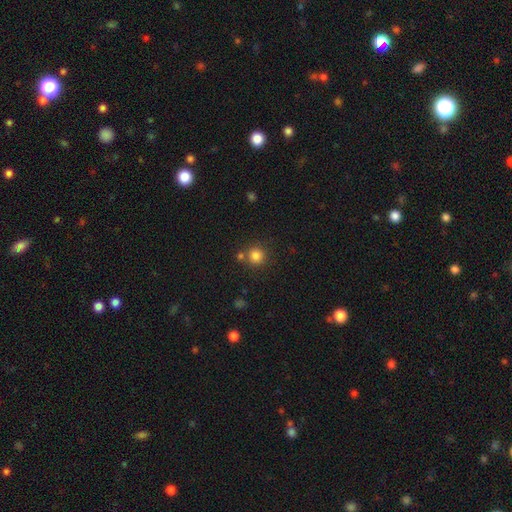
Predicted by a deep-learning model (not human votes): smooth-or-featured: smooth: 82% | star or artifact: 12% | featured or disk: 6%
  how-rounded: round: 93% | in between: 6% | cigar-shaped: 1%
  merging: none: 74% | merger: 14% | minor disturbance: 8% | major disturbance: 3%